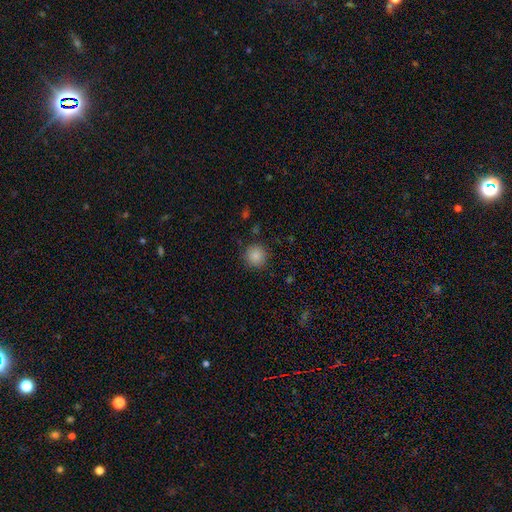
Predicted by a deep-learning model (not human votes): This is clearly a smooth galaxy (86%). How rounded: clearly round (93%). Merging: clearly none (89%).